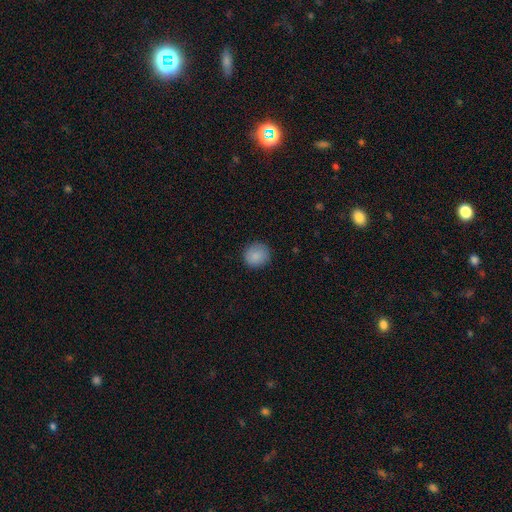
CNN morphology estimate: smooth 87%, star or artifact 8%, featured or disk 5%. Down the decision tree: how rounded — round (89%); merging — none (88%).